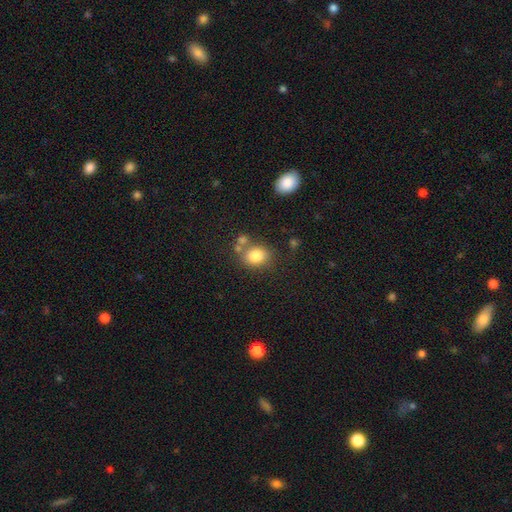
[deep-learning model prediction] Morphology: type=smooth (81%); roundness=round (53%); merging=none (64%).